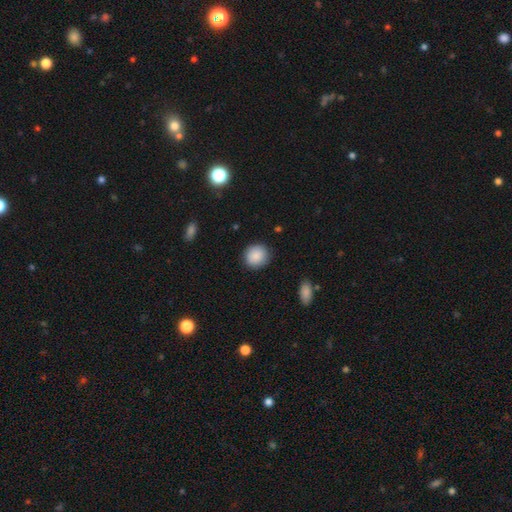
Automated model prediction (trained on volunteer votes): Smooth or featured? smooth (88%)
How rounded? round (88%)
Merging? none (87%)